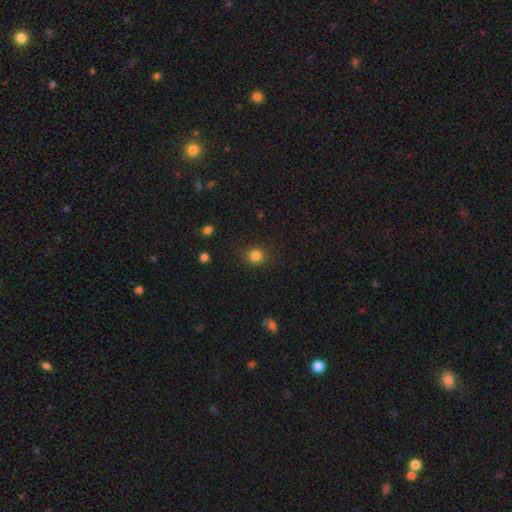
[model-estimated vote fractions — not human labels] Overall: smooth (83%). How rounded: round (85%). Merging: none (86%).